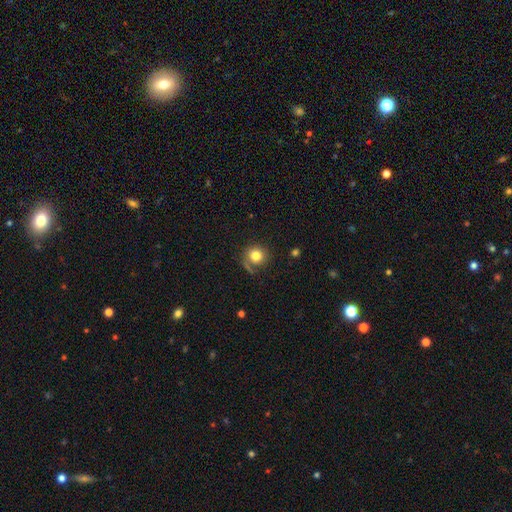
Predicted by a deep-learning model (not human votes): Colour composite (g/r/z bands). It shows a smooth galaxy with no disk features (77%) that is round (87%). Merging: none (65%).